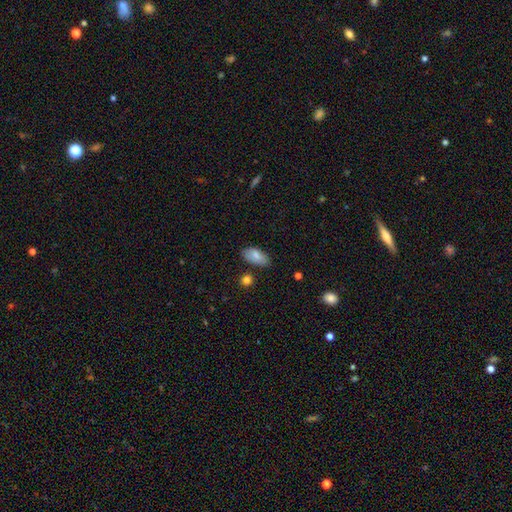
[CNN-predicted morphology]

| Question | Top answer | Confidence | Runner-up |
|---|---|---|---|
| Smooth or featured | smooth | 81% | featured or disk (12%) |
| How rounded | in between | 92% | cigar-shaped (5%) |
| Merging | none | 75% | minor disturbance (19%) |